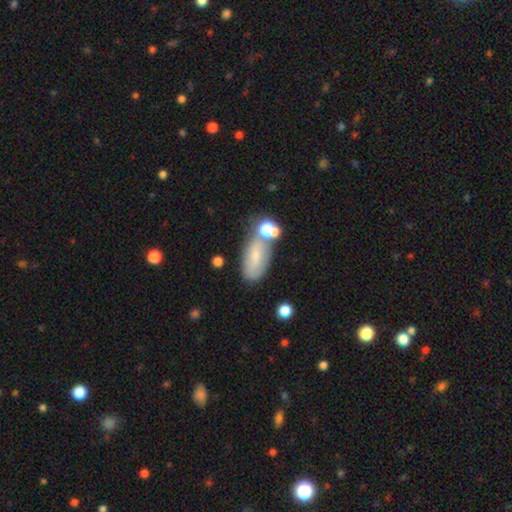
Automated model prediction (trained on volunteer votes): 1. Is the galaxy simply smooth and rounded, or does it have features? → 68% smooth, 22% featured or disk, 10% star or artifact.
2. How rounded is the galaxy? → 85% in between, 9% cigar-shaped, 5% round.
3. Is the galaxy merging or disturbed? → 52% none, 20% minor disturbance, 20% merger, 9% major disturbance.